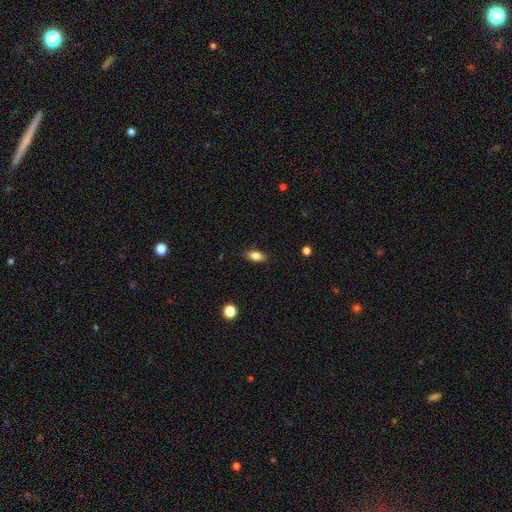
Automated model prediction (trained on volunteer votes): A smooth galaxy with no disk features (82%) that is in between round and cigar-shaped (87%). Merging: none (86%).